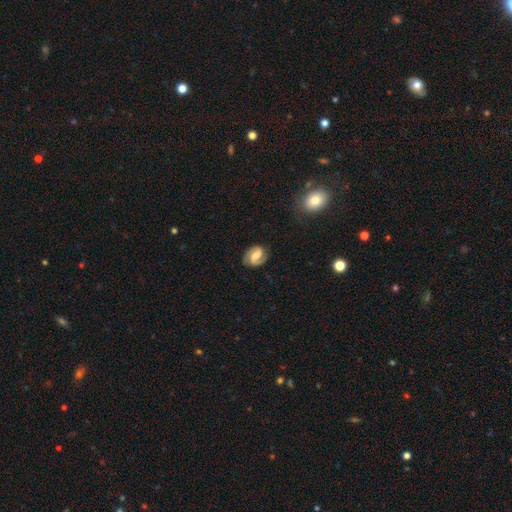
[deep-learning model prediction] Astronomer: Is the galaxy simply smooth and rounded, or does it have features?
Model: featured or disk — 77%.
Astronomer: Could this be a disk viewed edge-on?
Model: no — 98%.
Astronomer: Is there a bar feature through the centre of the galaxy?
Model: weak — 48% (runner-up: strong, 30%).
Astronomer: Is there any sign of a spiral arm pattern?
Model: yes — 95%.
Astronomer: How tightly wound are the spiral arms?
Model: medium — 48% (runner-up: tight, 30%).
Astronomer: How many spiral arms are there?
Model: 2 — 88%.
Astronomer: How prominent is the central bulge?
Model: moderate — 46% (runner-up: small, 25%).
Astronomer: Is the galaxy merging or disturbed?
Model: none — 80%.